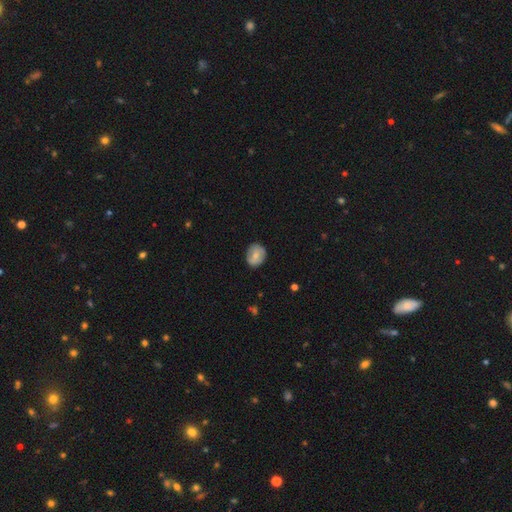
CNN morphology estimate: This is likely a smooth galaxy (63%). How rounded: likely round (68%). Merging: likely none (80%).